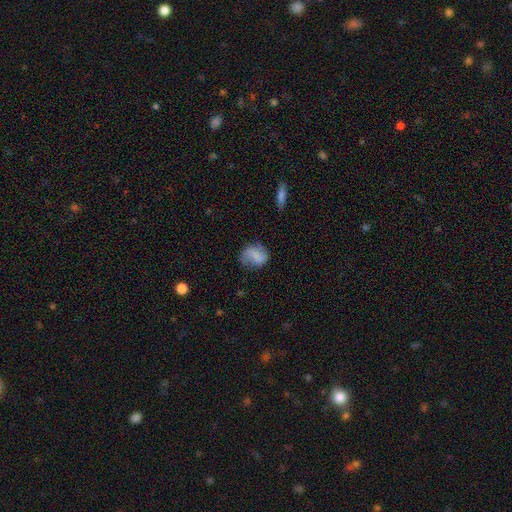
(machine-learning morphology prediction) Q: Smooth or featured?
A: smooth (63%); runner-up: featured or disk (28%)
Q: How rounded?
A: round (51%); runner-up: in between (47%)
Q: Merging?
A: none (61%); runner-up: minor disturbance (26%)